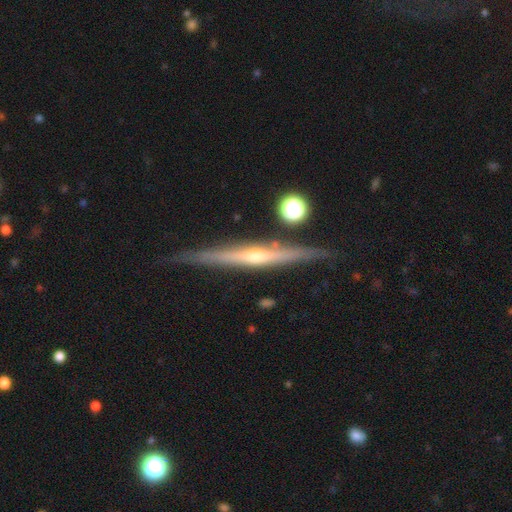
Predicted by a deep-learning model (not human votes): smooth_or_featured: featured or disk (p=0.82) [alt: smooth p=0.12]
disk_edge_on: yes (p=0.98) [alt: no p=0.02]
edge_on_bulge: rounded (p=0.76) [alt: none p=0.19]
merging: none (p=0.87) [alt: minor disturbance p=0.09]